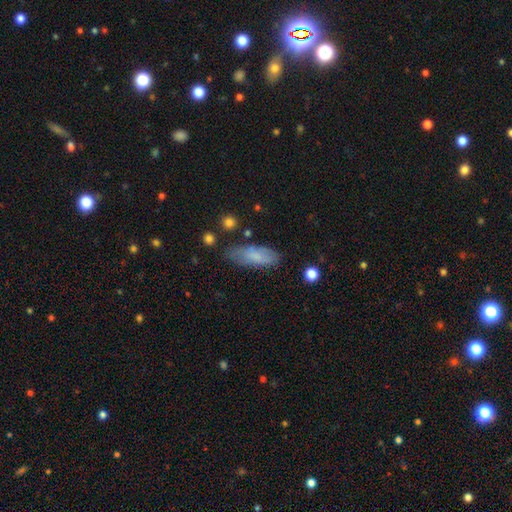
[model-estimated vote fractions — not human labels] smooth 76%, featured or disk 17%, star or artifact 7%. Down the decision tree: how rounded — in between (69%); merging — none (68%).